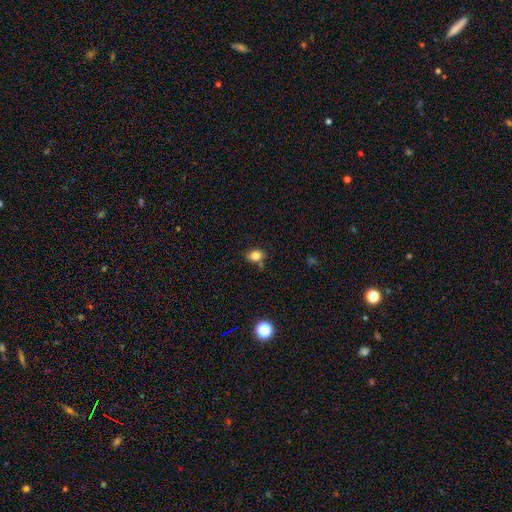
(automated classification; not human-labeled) Morphology: type=smooth (82%); roundness=in between (56%); merging=none (68%).